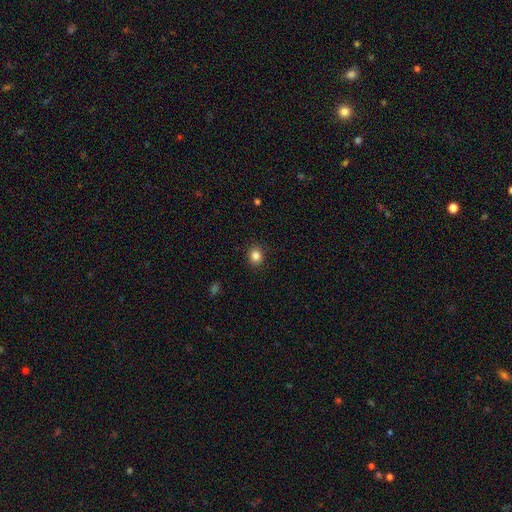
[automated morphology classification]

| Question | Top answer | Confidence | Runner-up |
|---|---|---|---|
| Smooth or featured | smooth | 85% | star or artifact (11%) |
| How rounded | round | 74% | in between (25%) |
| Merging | none | 89% | minor disturbance (8%) |